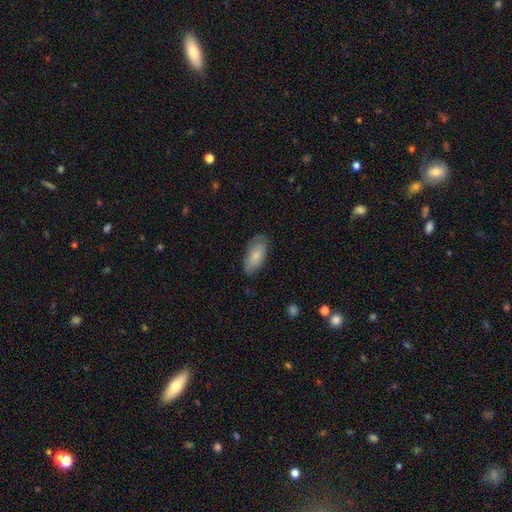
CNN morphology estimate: Smooth or featured? smooth (74%)
How rounded? in between (91%)
Merging? none (75%)